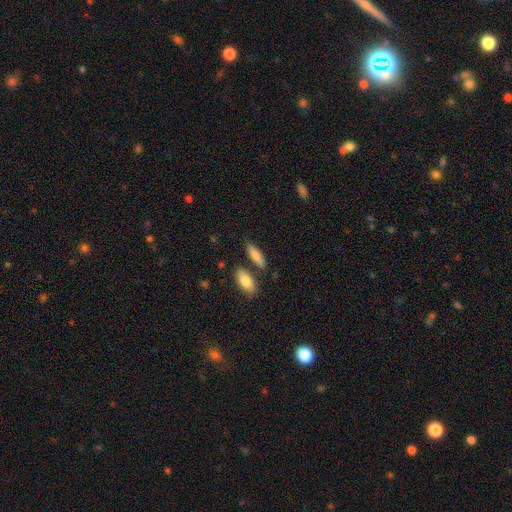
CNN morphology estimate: Smooth or featured? Predicted: smooth (p=0.79). How rounded? Predicted: in between (p=0.52). Merging? Predicted: none (p=0.71).